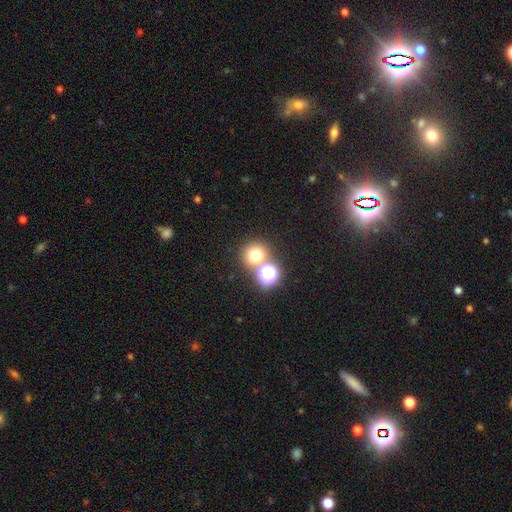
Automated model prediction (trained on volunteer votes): Smooth or featured? smooth (69%)
How rounded? round (89%)
Merging? none (63%)